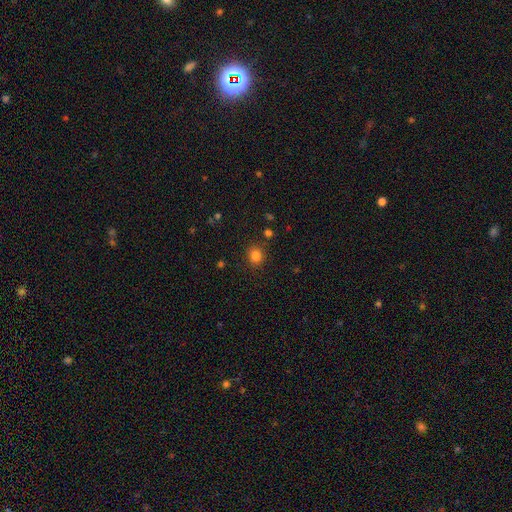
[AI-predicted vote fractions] smooth-or-featured: smooth: 82% | star or artifact: 13% | featured or disk: 4%
  how-rounded: round: 80% | in between: 19% | cigar-shaped: 1%
  merging: none: 87% | minor disturbance: 8% | major disturbance: 3% | merger: 3%